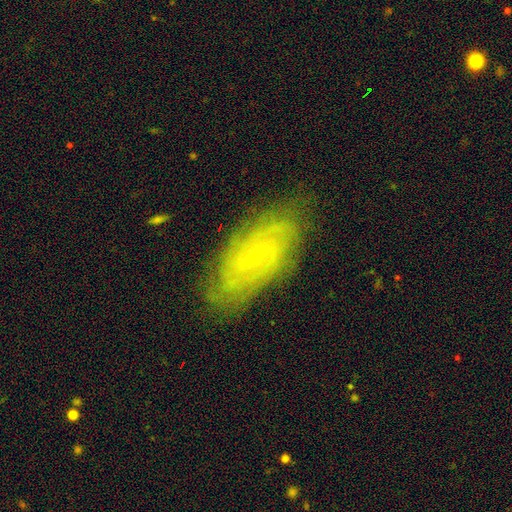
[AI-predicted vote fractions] Q: Smooth or featured?
A: featured or disk (81%); runner-up: smooth (12%)
Q: Edge-on disk?
A: no (93%); runner-up: yes (7%)
Q: Bar?
A: weak (52%); runner-up: no (32%)
Q: Spiral arms?
A: yes (95%); runner-up: no (5%)
Q: Spiral winding?
A: tight (60%); runner-up: medium (31%)
Q: Spiral arm count?
A: 2 (37%); runner-up: can't tell (32%)
Q: Bulge size?
A: small (81%); runner-up: moderate (14%)
Q: Merging?
A: none (80%); runner-up: minor disturbance (15%)